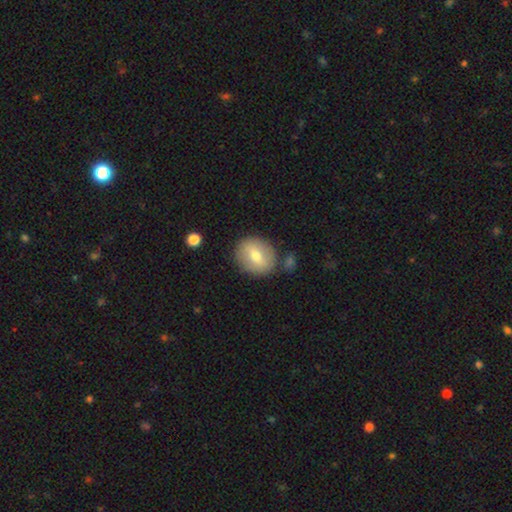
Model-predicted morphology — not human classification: Smooth or featured?
  - smooth: 64% *
  - featured or disk: 29%
  - star or artifact: 7%
How rounded?
  - round: 68% *
  - in between: 31%
  - cigar-shaped: 1%
Merging?
  - none: 79% *
  - minor disturbance: 11%
  - merger: 6%
  - major disturbance: 3%